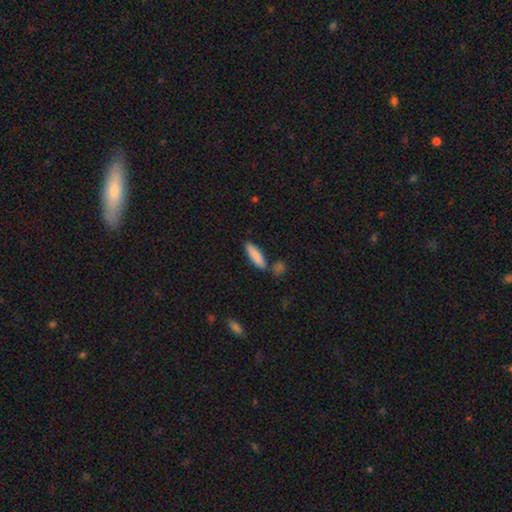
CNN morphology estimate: A smooth galaxy with no disk features (85%) that is cigar-shaped (59%).

Vote fractions:
- Smooth or featured? smooth: 85% / featured or disk: 9% / star or artifact: 6%
- How rounded? cigar-shaped: 59% / in between: 39% / round: 2%
- Merging? none: 78% / minor disturbance: 11% / merger: 8% / major disturbance: 3%